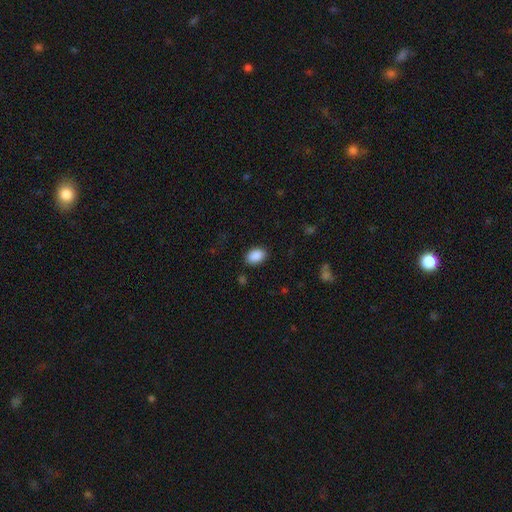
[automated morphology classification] smooth 90%, star or artifact 7%, featured or disk 3%. Down the decision tree: how rounded — in between (86%); merging — none (87%).